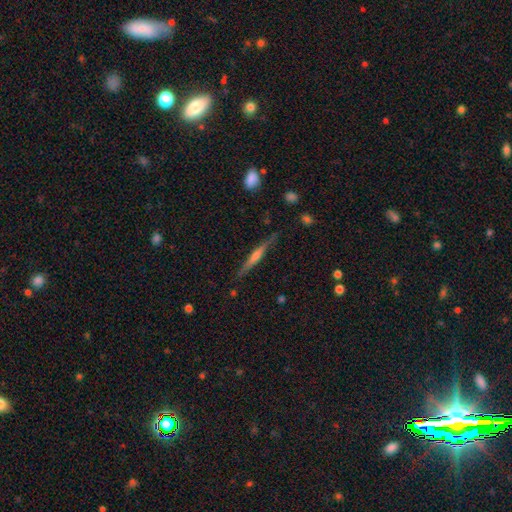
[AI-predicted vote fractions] smooth_or_featured: featured or disk (p=0.64) [alt: smooth p=0.29]
disk_edge_on: yes (p=0.97) [alt: no p=0.03]
edge_on_bulge: rounded (p=0.57) [alt: none p=0.26]
merging: none (p=0.85) [alt: minor disturbance p=0.11]